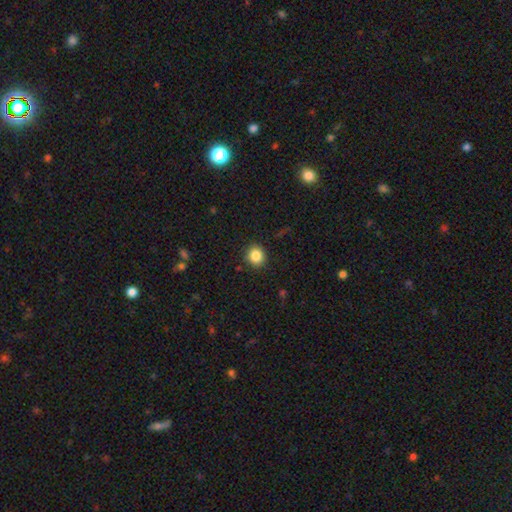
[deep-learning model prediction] Overall: smooth (85%). How rounded: round (83%). Merging: none (90%).